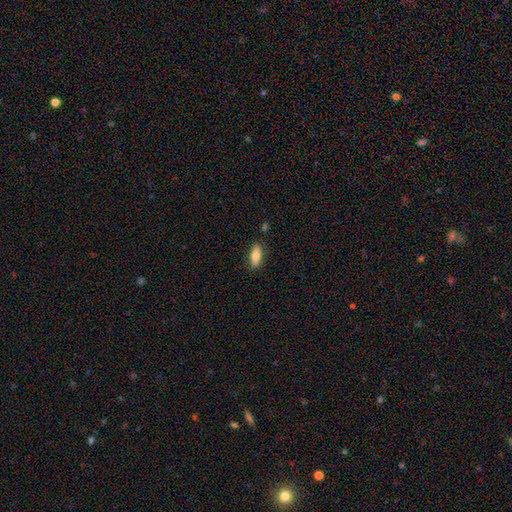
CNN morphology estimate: A smooth galaxy with no disk features (71%) that is in between round and cigar-shaped (73%). Merging: none (84%).